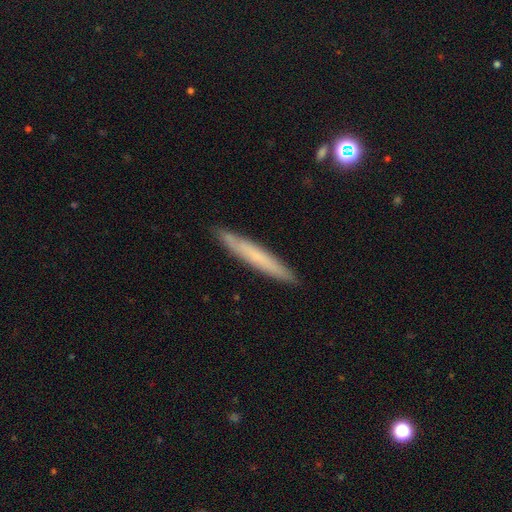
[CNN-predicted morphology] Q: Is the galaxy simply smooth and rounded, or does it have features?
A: smooth — 59%.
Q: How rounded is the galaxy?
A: cigar-shaped — 96%.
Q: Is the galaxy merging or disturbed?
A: none — 89%.